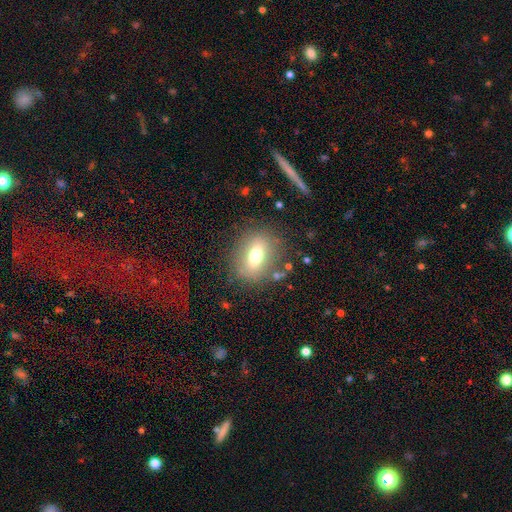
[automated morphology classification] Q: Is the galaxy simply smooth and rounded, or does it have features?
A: smooth — 62%.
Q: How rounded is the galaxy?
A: in between — 57%.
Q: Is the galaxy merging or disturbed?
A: none — 80%.